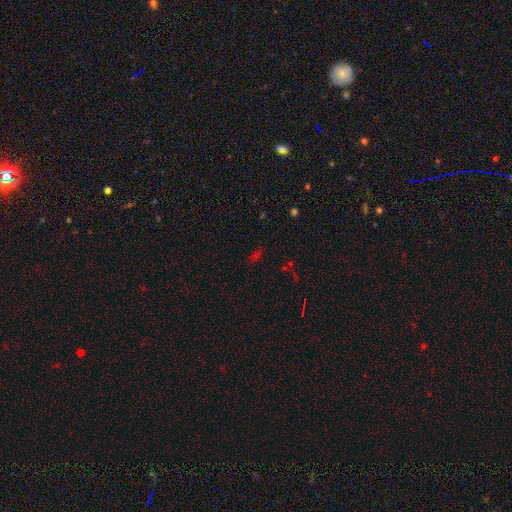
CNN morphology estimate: Smooth or featured?
  - star or artifact: 51% *
  - smooth: 40%
  - featured or disk: 9%